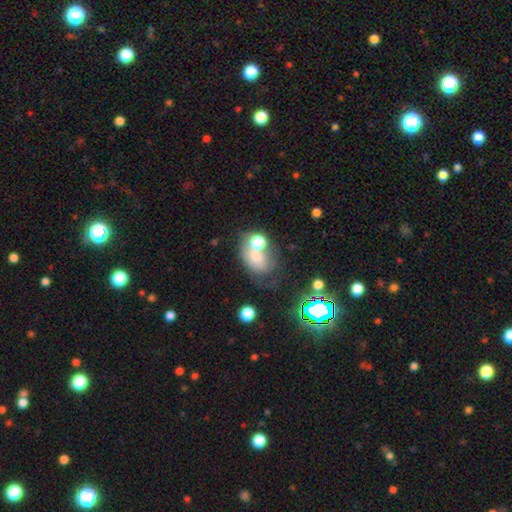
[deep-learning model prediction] Morphology: type=smooth (54%); roundness=in between (68%); merging=merger (35%).